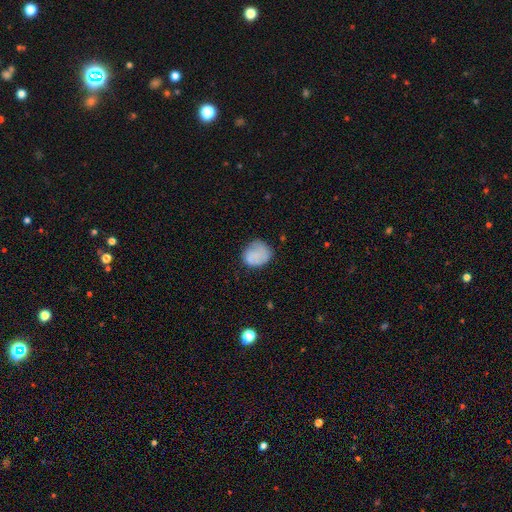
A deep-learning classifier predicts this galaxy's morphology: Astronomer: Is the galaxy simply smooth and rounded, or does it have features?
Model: smooth — 79%.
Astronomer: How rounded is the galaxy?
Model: round — 66%.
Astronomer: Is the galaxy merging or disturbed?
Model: none — 61%.